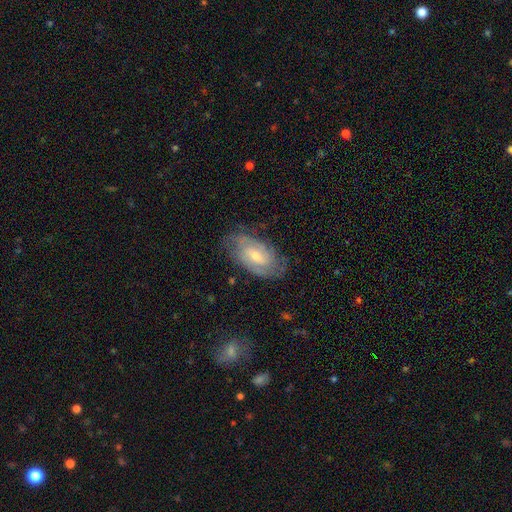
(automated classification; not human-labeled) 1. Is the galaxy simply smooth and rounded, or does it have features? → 76% featured or disk, 17% smooth, 6% star or artifact.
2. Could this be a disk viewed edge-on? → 95% no, 5% yes.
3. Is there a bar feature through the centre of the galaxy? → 50% weak, 38% no, 12% strong.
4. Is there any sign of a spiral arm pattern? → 93% yes, 7% no.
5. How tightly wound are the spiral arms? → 54% tight, 36% medium, 10% loose.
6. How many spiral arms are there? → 54% 2, 26% can't tell, 11% 3, 4% 4, 3% 1, 3% more than 4.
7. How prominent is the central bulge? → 52% small, 42% moderate, 2% none, 2% large, 1% dominant.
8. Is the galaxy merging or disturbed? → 74% none, 19% minor disturbance, 6% major disturbance, 1% merger.